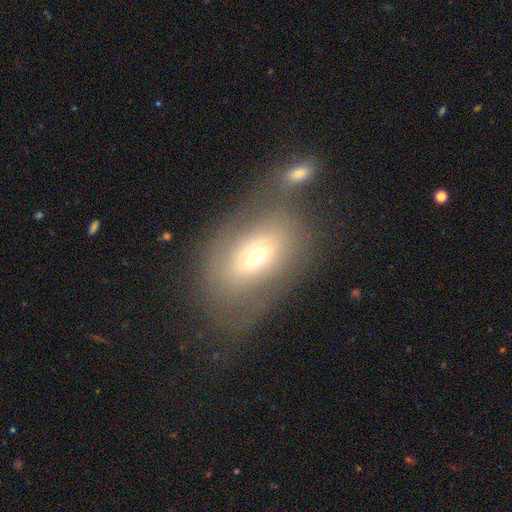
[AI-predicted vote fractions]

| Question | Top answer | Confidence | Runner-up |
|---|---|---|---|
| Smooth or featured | smooth | 56% | featured or disk (32%) |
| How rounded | in between | 82% | round (15%) |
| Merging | none | 41% | merger (25%) |